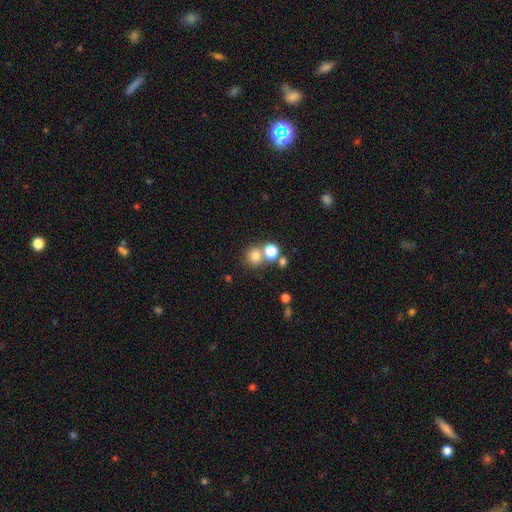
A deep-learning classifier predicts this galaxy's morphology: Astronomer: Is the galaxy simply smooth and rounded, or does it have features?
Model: smooth — 76%.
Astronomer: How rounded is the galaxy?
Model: round — 88%.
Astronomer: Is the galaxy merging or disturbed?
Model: none — 60%.